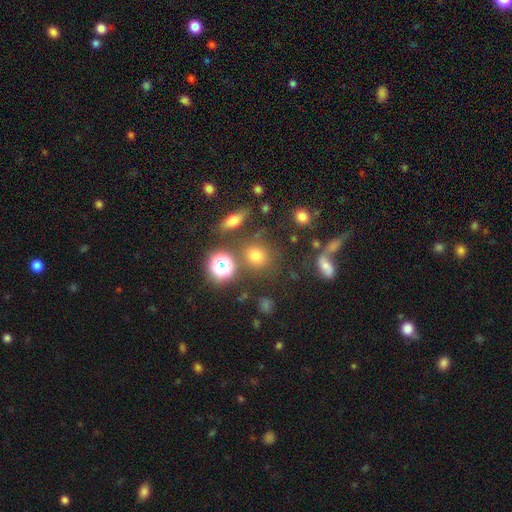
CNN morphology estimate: Smooth or featured?
  - smooth: 68% *
  - star or artifact: 23%
  - featured or disk: 9%
How rounded?
  - round: 76% *
  - in between: 22%
  - cigar-shaped: 2%
Merging?
  - none: 75% *
  - minor disturbance: 11%
  - merger: 9%
  - major disturbance: 5%